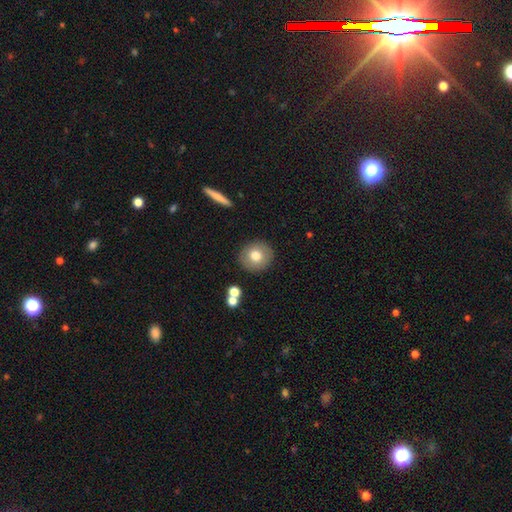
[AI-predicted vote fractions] This is likely a smooth galaxy (75%). How rounded: clearly round (87%). Merging: clearly none (89%).